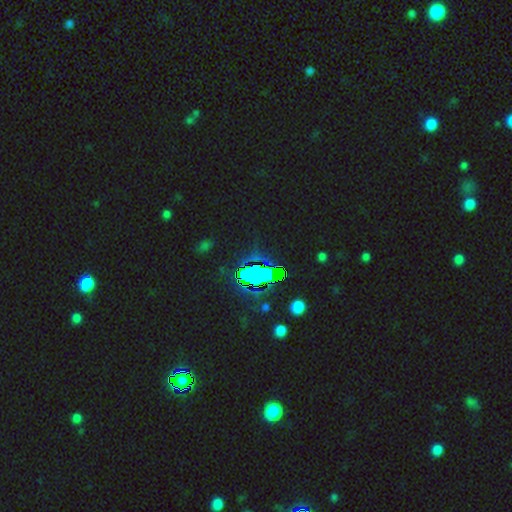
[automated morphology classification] type=star or artifact (82%).